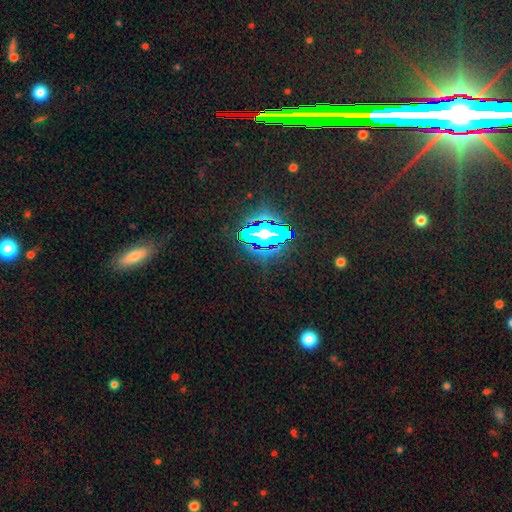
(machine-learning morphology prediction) A star or artifact, not a galaxy (78%).